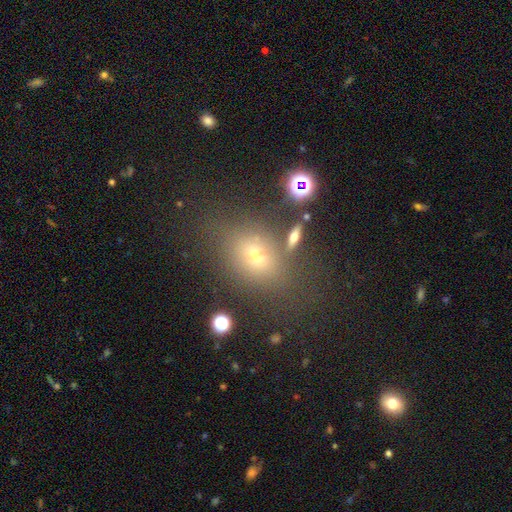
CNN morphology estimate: Q: Smooth or featured?
A: smooth (61%); runner-up: star or artifact (21%)
Q: How rounded?
A: in between (68%); runner-up: round (29%)
Q: Merging?
A: none (64%); runner-up: minor disturbance (16%)